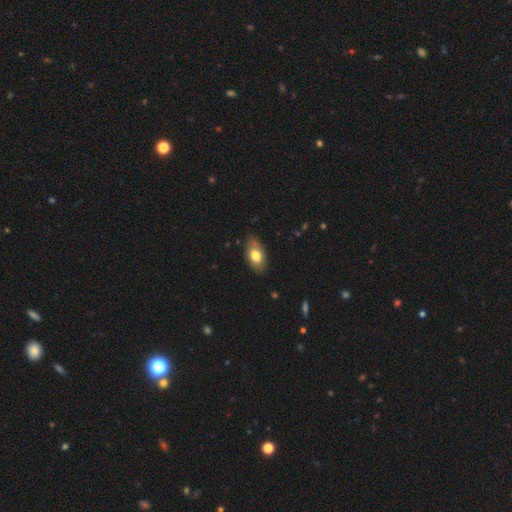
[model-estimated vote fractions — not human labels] smooth_or_featured: smooth (p=0.72) [alt: featured or disk p=0.22]
how_rounded: in between (p=0.91) [alt: round p=0.06]
merging: none (p=0.77) [alt: minor disturbance p=0.18]